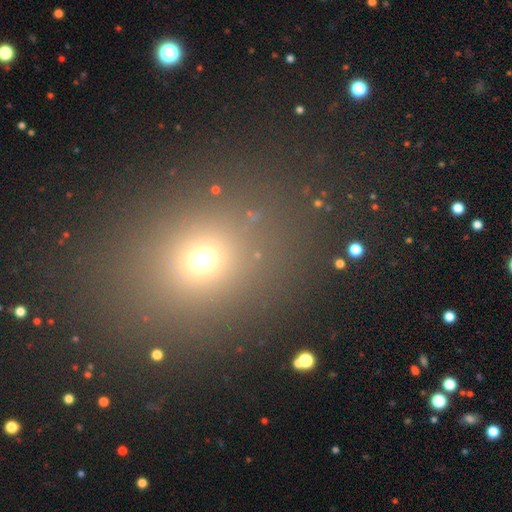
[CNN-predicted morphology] smooth_or_featured: smooth (p=0.59) [alt: star or artifact p=0.34]
how_rounded: round (p=0.63) [alt: in between p=0.36]
merging: none (p=0.86) [alt: minor disturbance p=0.07]